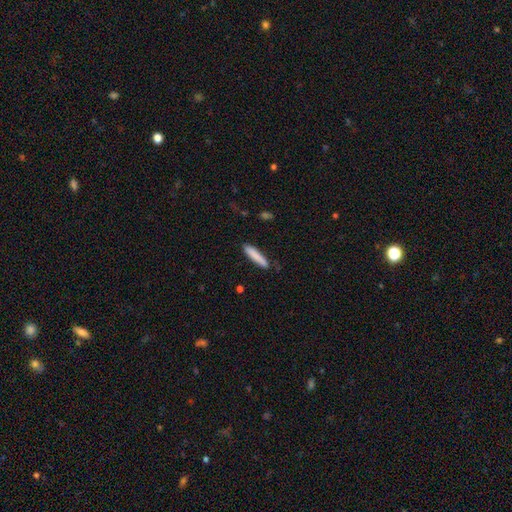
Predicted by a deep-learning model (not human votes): smooth 85%, featured or disk 9%, star or artifact 6%. Down the decision tree: how rounded — cigar-shaped (88%); merging — none (85%).